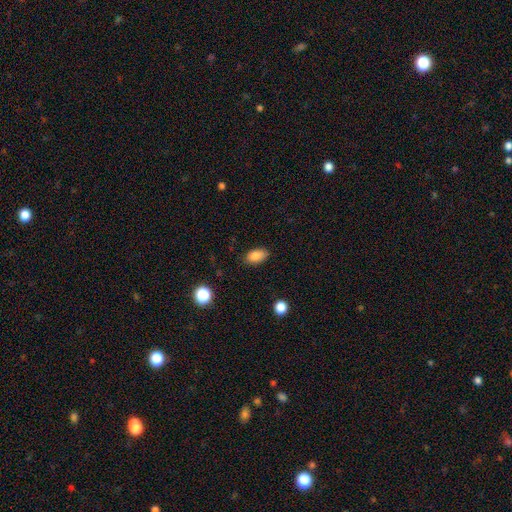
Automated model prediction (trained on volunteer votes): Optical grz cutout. It shows a smooth galaxy with no disk features (85%) that is in between round and cigar-shaped (90%). Merging: none (83%).